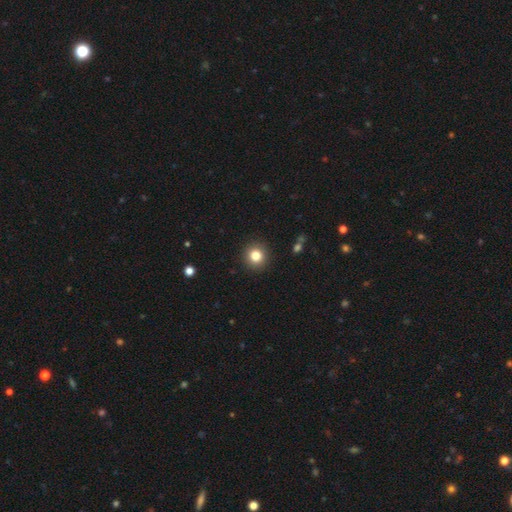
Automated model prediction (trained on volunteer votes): Morphology: type=smooth (82%); roundness=round (93%); merging=none (91%).